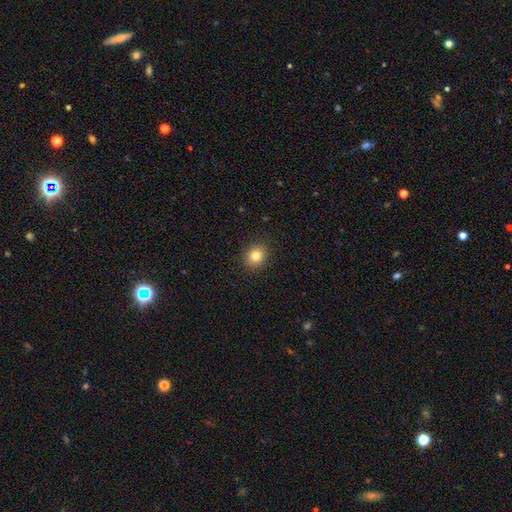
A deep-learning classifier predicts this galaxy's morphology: smooth_or_featured: smooth (p=0.81) [alt: star or artifact p=0.11]
how_rounded: round (p=0.75) [alt: in between p=0.24]
merging: none (p=0.90) [alt: minor disturbance p=0.06]